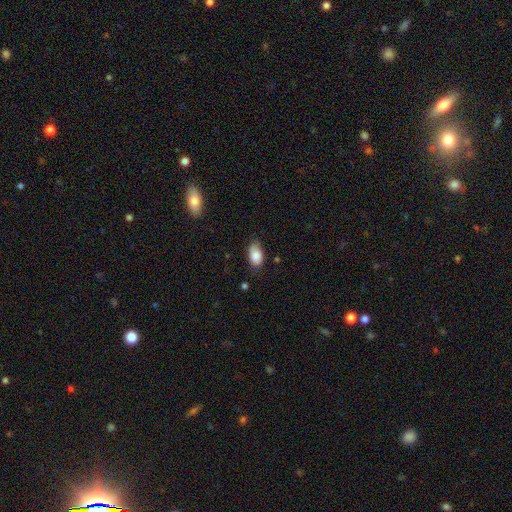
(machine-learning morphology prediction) smooth-or-featured: smooth: 86% | star or artifact: 7% | featured or disk: 7%
  how-rounded: in between: 91% | round: 7% | cigar-shaped: 2%
  merging: none: 66% | minor disturbance: 28% | major disturbance: 5% | merger: 2%